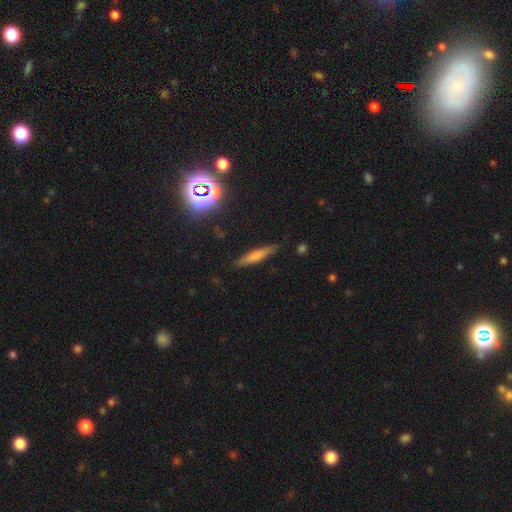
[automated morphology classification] smooth_or_featured: smooth (p=0.63) [alt: featured or disk p=0.27]
how_rounded: cigar-shaped (p=0.86) [alt: in between p=0.12]
merging: none (p=0.86) [alt: minor disturbance p=0.11]